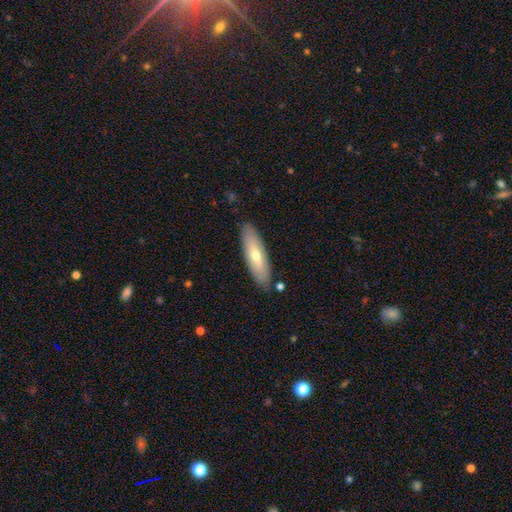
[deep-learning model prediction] Morphology: type=smooth (58%); roundness=cigar-shaped (54%); merging=none (86%).